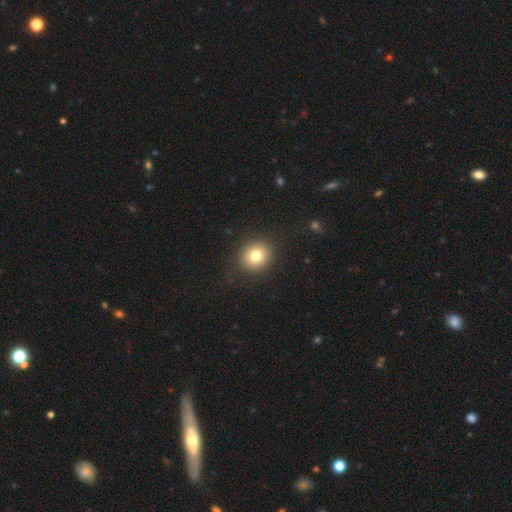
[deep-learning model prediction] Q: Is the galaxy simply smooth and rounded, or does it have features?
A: smooth — 79%.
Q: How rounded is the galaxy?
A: round — 82%.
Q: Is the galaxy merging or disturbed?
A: none — 89%.